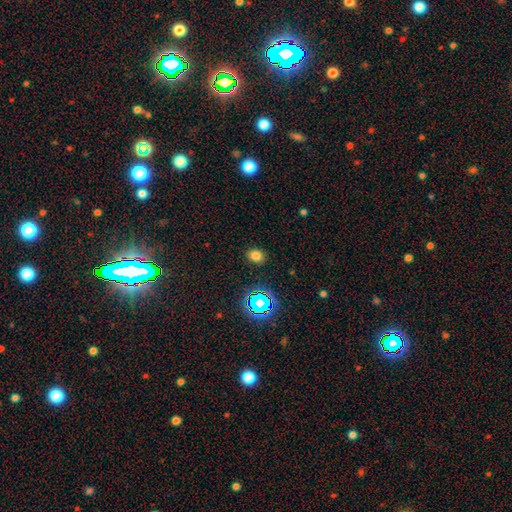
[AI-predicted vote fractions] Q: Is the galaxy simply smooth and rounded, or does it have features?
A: smooth — 74%.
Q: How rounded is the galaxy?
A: round — 50%.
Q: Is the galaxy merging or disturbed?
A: none — 88%.